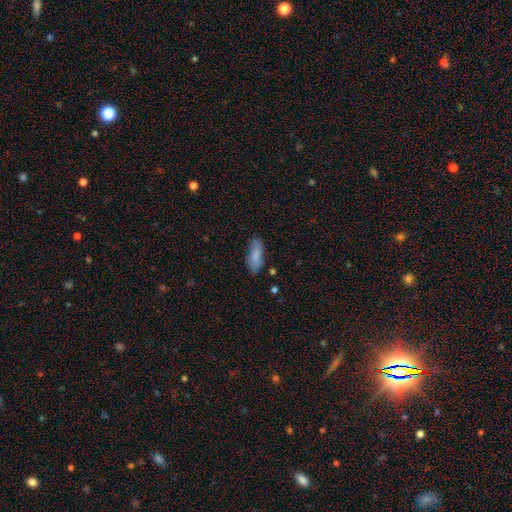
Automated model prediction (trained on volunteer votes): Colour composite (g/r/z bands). It shows a smooth galaxy with no disk features (80%) that is in between round and cigar-shaped (77%). Merging: none (71%).